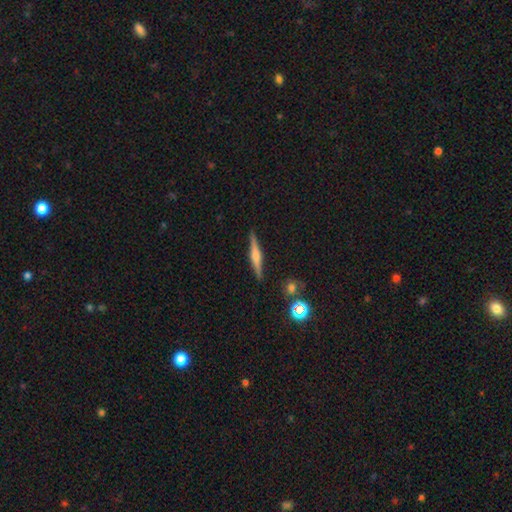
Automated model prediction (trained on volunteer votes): Q: Smooth or featured?
A: featured or disk (67%); runner-up: smooth (27%)
Q: Edge-on disk?
A: yes (98%); runner-up: no (2%)
Q: Edge-on bulge?
A: rounded (78%); runner-up: boxy (14%)
Q: Merging?
A: none (90%); runner-up: minor disturbance (7%)